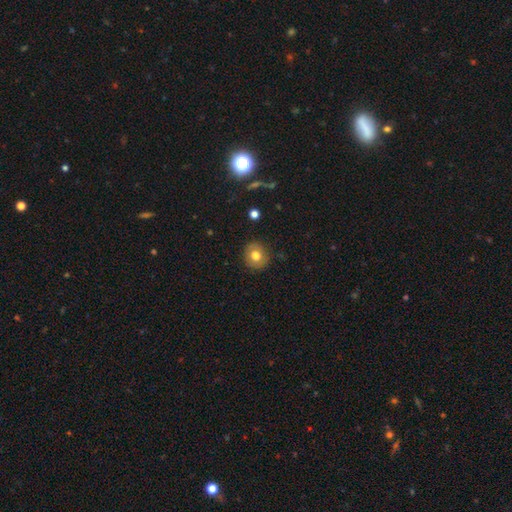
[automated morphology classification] Q: Smooth or featured?
A: smooth (75%); runner-up: featured or disk (14%)
Q: How rounded?
A: round (87%); runner-up: in between (12%)
Q: Merging?
A: none (88%); runner-up: minor disturbance (8%)